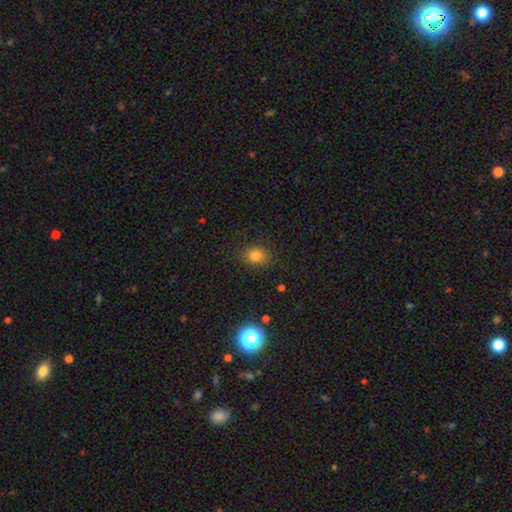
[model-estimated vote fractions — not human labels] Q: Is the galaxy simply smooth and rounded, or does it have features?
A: smooth — 78%.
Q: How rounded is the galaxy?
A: round — 52%.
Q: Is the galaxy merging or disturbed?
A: none — 86%.